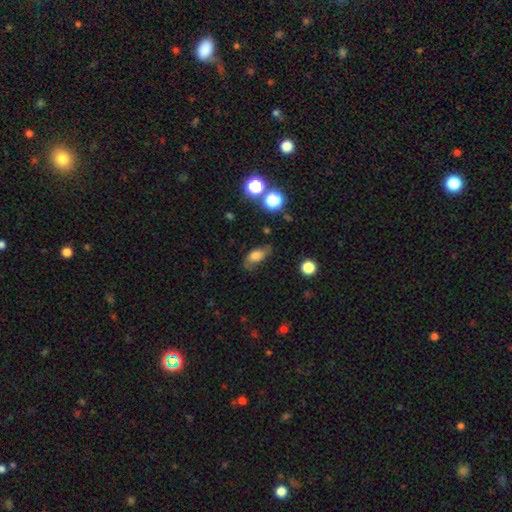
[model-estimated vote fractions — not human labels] smooth 68%, featured or disk 21%, star or artifact 11%. Down the decision tree: how rounded — in between (80%); merging — none (62%).